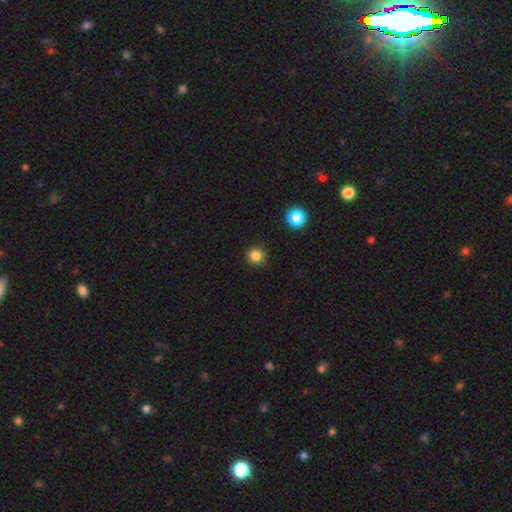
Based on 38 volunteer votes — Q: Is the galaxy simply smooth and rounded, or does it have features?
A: smooth — 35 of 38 (92%).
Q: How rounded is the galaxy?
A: round — 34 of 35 (97%).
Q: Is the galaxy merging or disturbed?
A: none — 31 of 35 (89%).